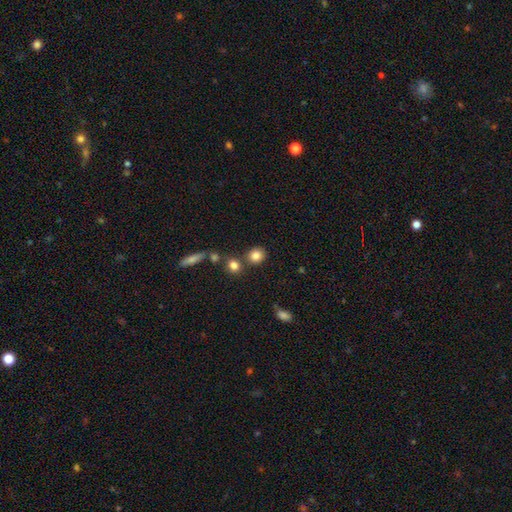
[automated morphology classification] This is clearly a smooth galaxy (83%). How rounded: clearly round (81%). Merging: likely none (74%).